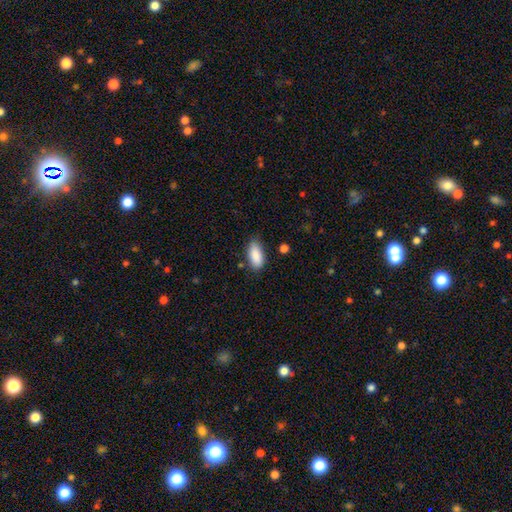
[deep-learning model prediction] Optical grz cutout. It shows a smooth galaxy with no disk features (88%) that is in between round and cigar-shaped (89%). Merging: none (76%).